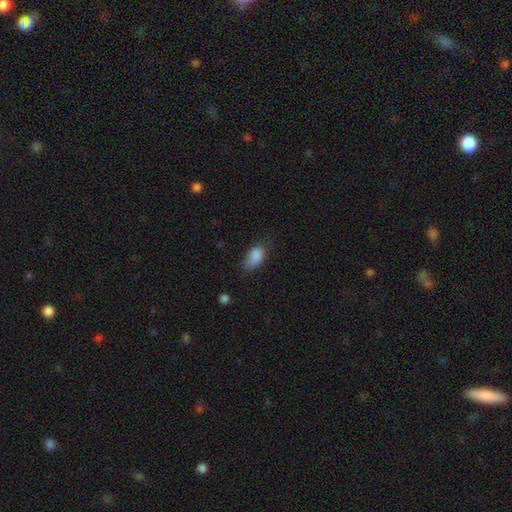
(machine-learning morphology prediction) smooth 86%, star or artifact 9%, featured or disk 6%. Down the decision tree: how rounded — in between (88%); merging — none (54%).